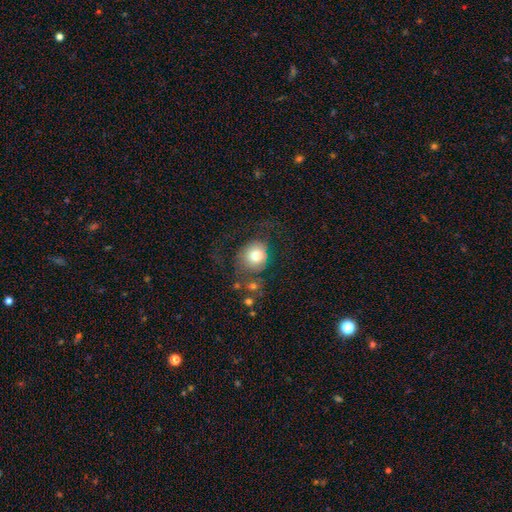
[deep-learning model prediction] Morphology: type=smooth (75%); roundness=round (83%); merging=none (52%).